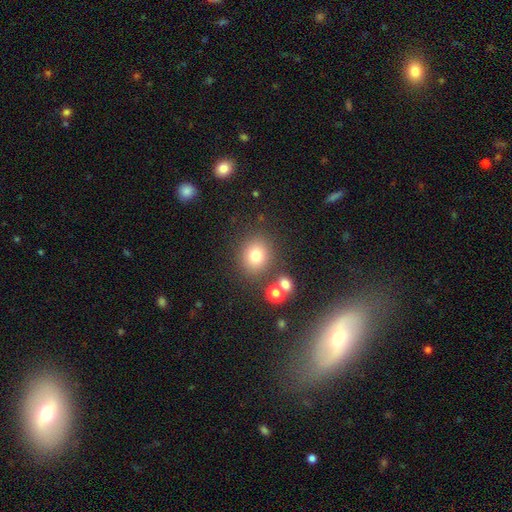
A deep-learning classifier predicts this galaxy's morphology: smooth_or_featured: smooth (p=0.77) [alt: star or artifact p=0.14]
how_rounded: round (p=0.77) [alt: in between p=0.22]
merging: none (p=0.77) [alt: minor disturbance p=0.10]